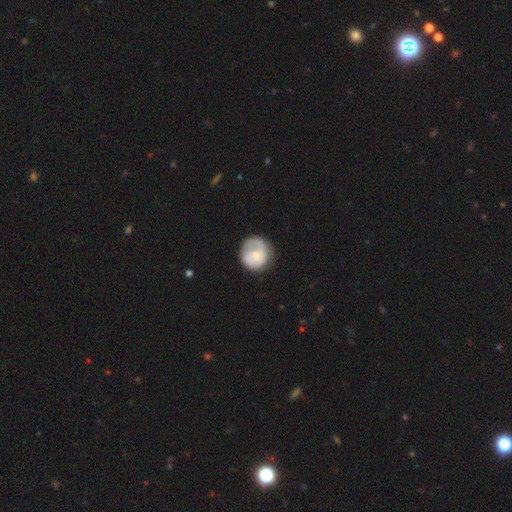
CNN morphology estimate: This is likely a smooth galaxy (63%). How rounded: clearly round (87%). Merging: likely none (61%).